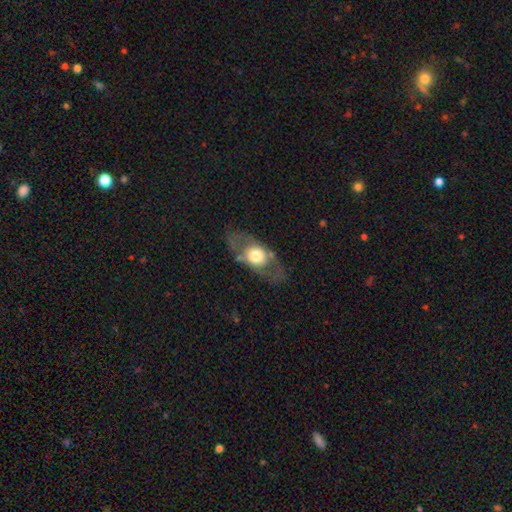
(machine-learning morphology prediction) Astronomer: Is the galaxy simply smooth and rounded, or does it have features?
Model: featured or disk — 51% (runner-up: smooth, 43%).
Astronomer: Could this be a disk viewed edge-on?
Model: no — 82%.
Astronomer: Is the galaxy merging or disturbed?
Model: none — 72%.